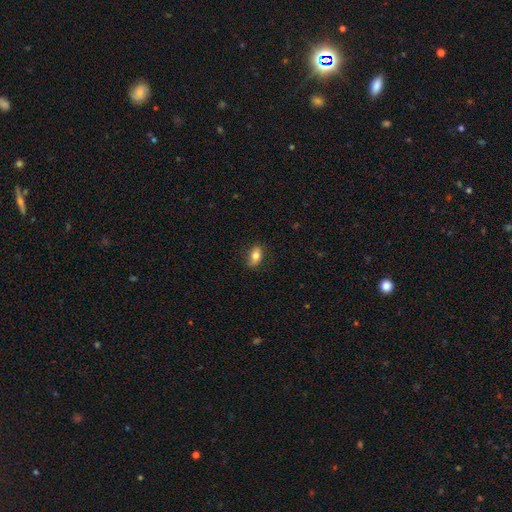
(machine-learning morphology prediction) smooth-or-featured: smooth: 78% | featured or disk: 14% | star or artifact: 8%
  how-rounded: in between: 86% | round: 10% | cigar-shaped: 4%
  merging: none: 80% | minor disturbance: 16% | major disturbance: 3% | merger: 1%